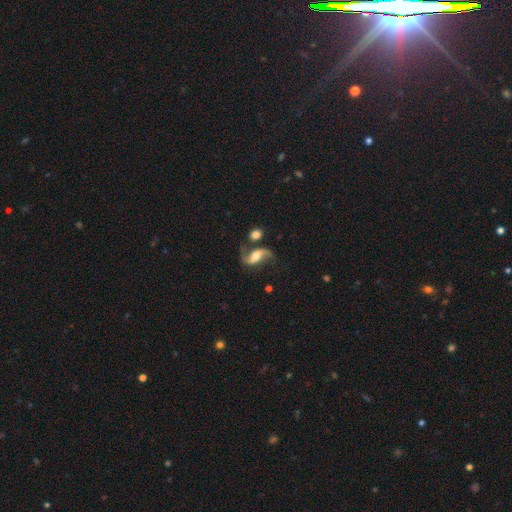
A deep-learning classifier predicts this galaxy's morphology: type=featured or disk (85%); edge-on=no (96%); bar=weak (37%, tied with no); spiral arms=yes (96%); winding=loose (77%); arm count=2 (93%); bulge=moderate (59%); merging=none (62%).